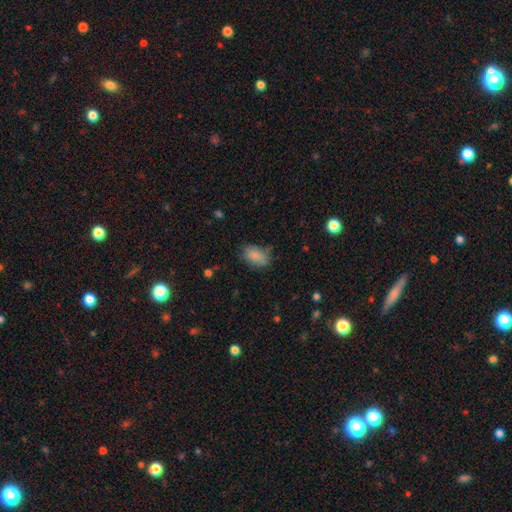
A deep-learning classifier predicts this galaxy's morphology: This is clearly a smooth galaxy (85%). How rounded: clearly in between (89%). Merging: likely none (66%).